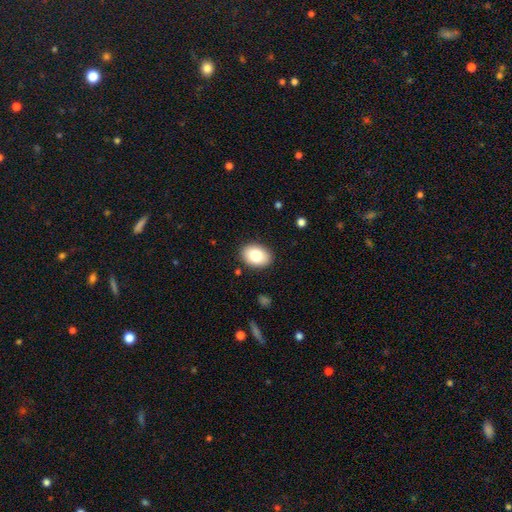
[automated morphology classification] Overall: smooth (81%). How rounded: in between (77%). Merging: none (89%).